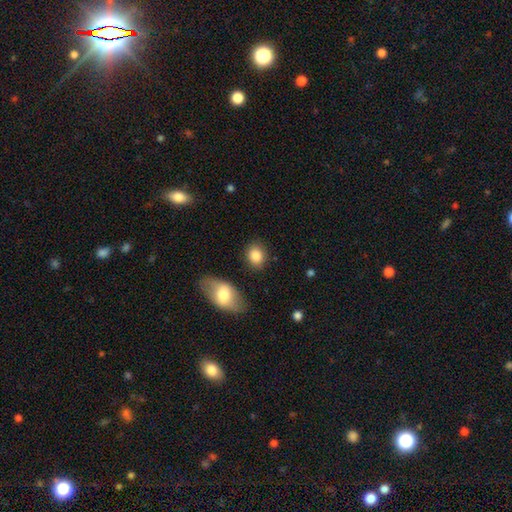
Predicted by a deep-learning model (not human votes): smooth-or-featured: smooth: 86% | star or artifact: 8% | featured or disk: 7%
  how-rounded: round: 55% | in between: 43% | cigar-shaped: 2%
  merging: none: 84% | minor disturbance: 10% | merger: 3% | major disturbance: 3%